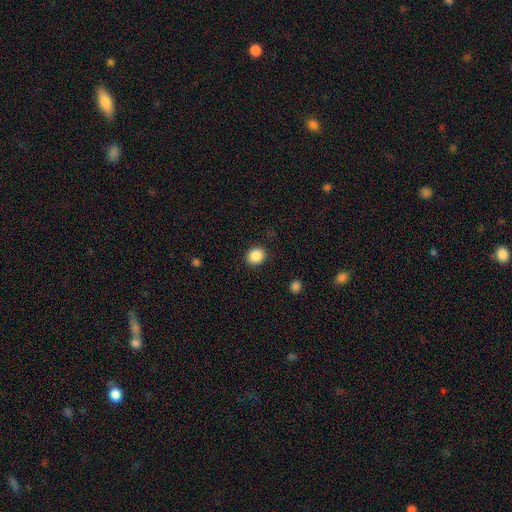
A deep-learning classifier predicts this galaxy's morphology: A smooth galaxy with no disk features (88%) that is round (77%). Merging: none (90%).